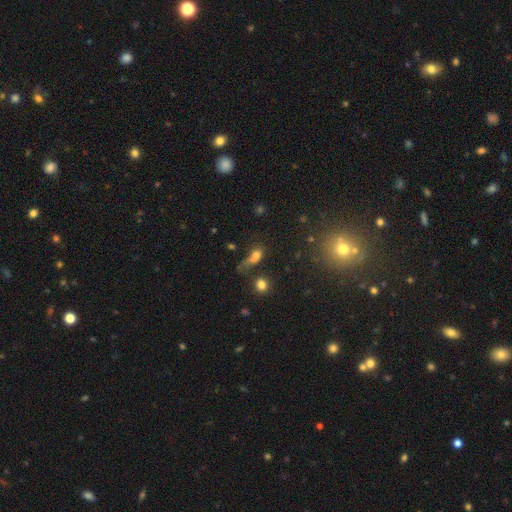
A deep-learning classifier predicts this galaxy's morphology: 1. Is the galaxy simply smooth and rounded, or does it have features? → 64% smooth, 18% star or artifact, 17% featured or disk.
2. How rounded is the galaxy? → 49% in between, 42% round, 9% cigar-shaped.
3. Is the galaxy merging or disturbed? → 30% none, 27% major disturbance, 26% merger, 17% minor disturbance.